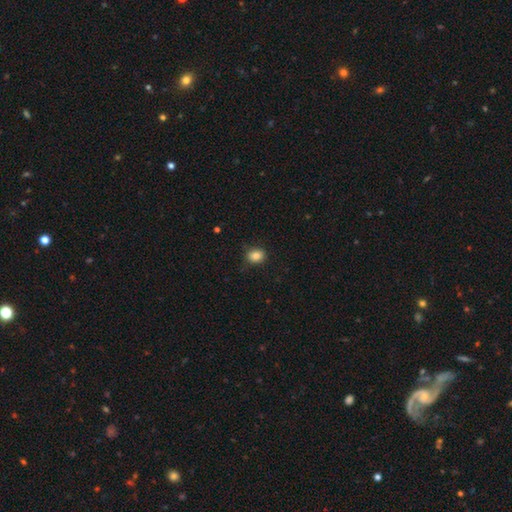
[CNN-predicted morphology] This is clearly a smooth galaxy (83%). How rounded: likely round (62%). Merging: clearly none (81%).